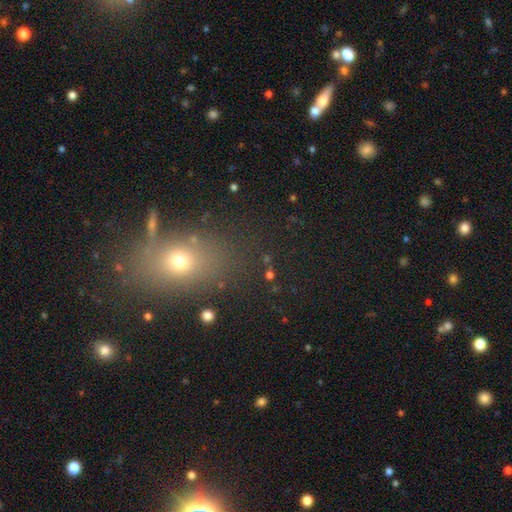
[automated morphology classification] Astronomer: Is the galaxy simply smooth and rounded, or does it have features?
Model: smooth — 55% (runner-up: star or artifact, 32%).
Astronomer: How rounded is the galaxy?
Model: in between — 64%.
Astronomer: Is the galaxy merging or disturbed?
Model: none — 83%.